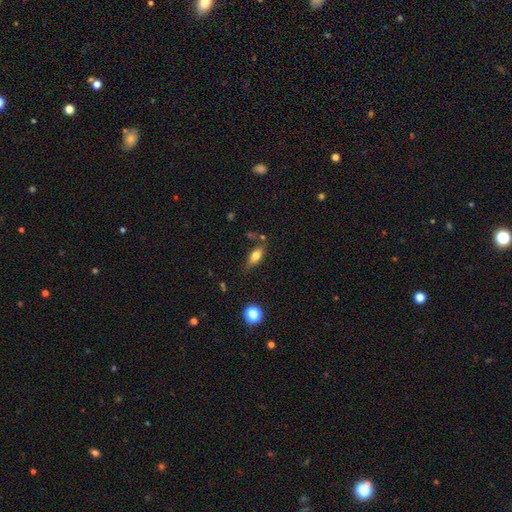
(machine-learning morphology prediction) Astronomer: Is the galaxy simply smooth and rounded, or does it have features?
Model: smooth — 73%.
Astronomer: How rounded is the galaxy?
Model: in between — 80%.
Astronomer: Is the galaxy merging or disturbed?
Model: none — 68%.